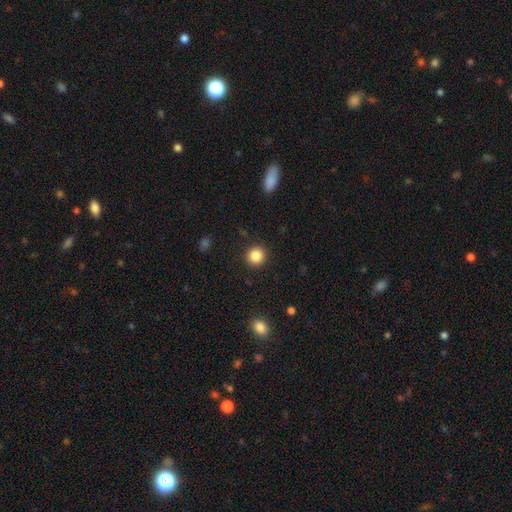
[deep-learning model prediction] smooth-or-featured: smooth: 86% | star or artifact: 10% | featured or disk: 4%
  how-rounded: round: 91% | in between: 8% | cigar-shaped: 1%
  merging: none: 91% | minor disturbance: 6% | major disturbance: 2% | merger: 1%